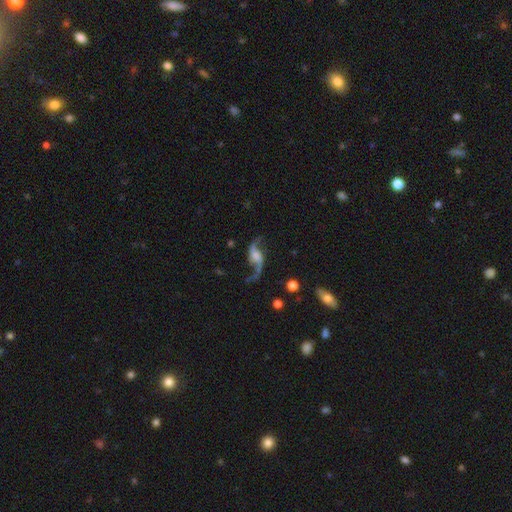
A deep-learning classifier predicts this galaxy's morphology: Smooth or featured? Predicted: featured or disk (p=0.89). Edge-on disk? Predicted: no (p=0.95). Bar? Predicted: no (p=0.44). Spiral arms? Predicted: yes (p=0.97). Spiral winding? Predicted: loose (p=0.90). Spiral arm count? Predicted: 2 (p=0.94). Bulge size? Predicted: none (p=0.35). Merging? Predicted: none (p=0.73).